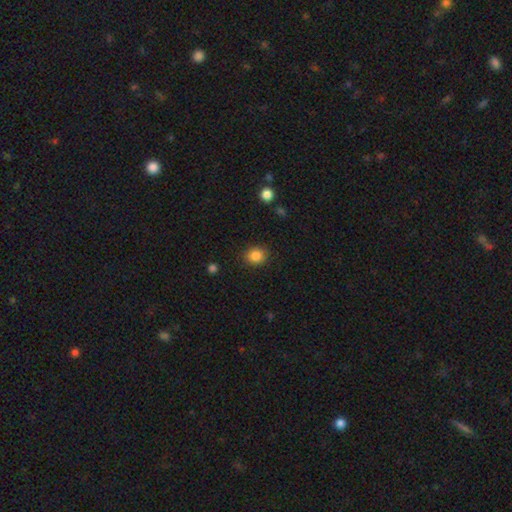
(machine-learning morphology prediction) A smooth galaxy with no disk features (86%) that is round (70%). Merging: none (87%).